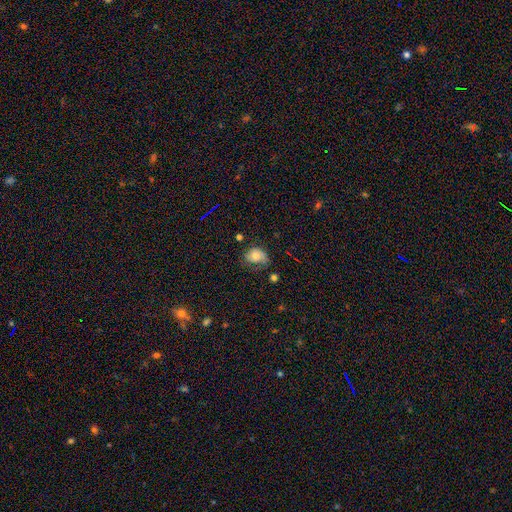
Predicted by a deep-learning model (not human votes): Smooth or featured?
  - smooth: 65% *
  - featured or disk: 24%
  - star or artifact: 11%
How rounded?
  - in between: 59% *
  - round: 40%
  - cigar-shaped: 1%
Merging?
  - none: 41% *
  - minor disturbance: 34%
  - major disturbance: 22%
  - merger: 3%